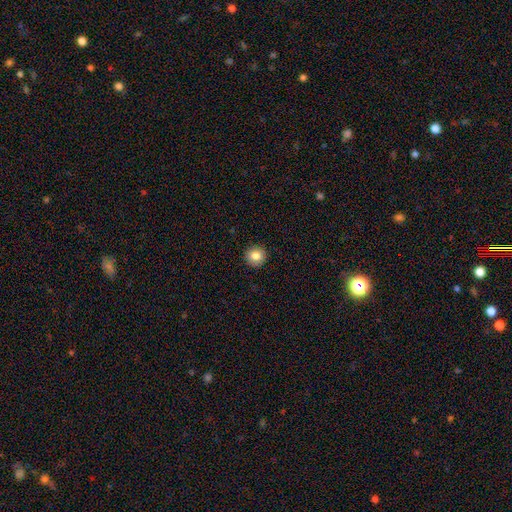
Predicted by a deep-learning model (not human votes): The model was most divided on "smooth or featured": smooth: 83%, star or artifact: 9%, featured or disk: 8%. More confident: how rounded — round (94%); merging — none (92%).